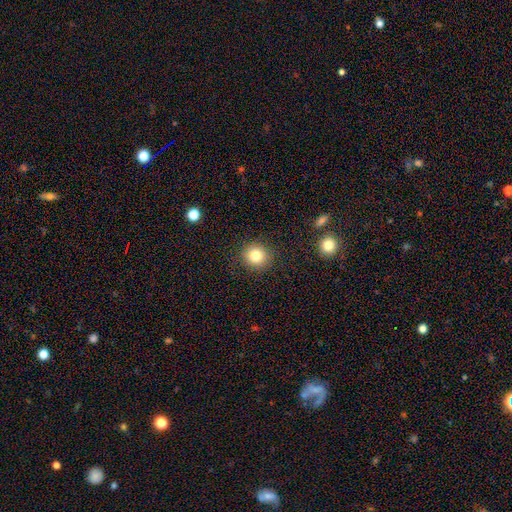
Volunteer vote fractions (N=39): smooth_or_featured: smooth (p=0.85) [alt: star or artifact p=0.10]
how_rounded: round (p=1.00)
merging: none (p=0.86) [alt: minor disturbance p=0.11]